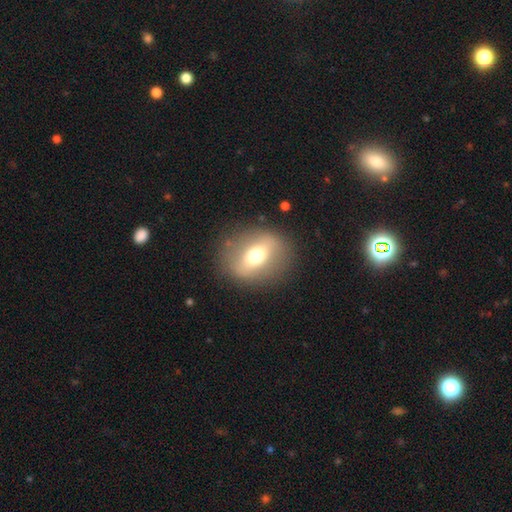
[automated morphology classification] This is possibly a smooth galaxy (53%). How rounded: possibly round (50%). Merging: clearly none (82%).